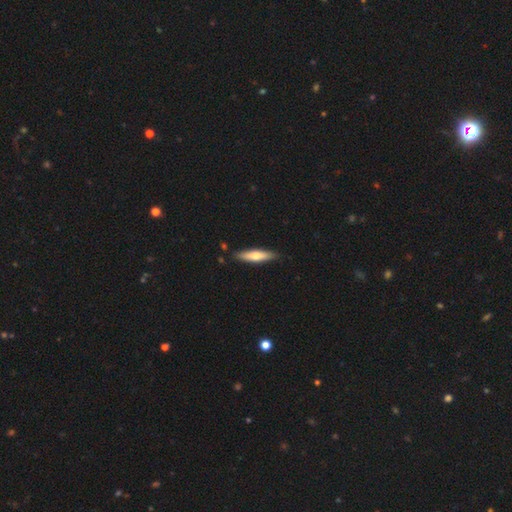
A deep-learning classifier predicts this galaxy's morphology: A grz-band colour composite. It shows a smooth galaxy with no disk features (58%) that is cigar-shaped (77%). Merging: none (87%).